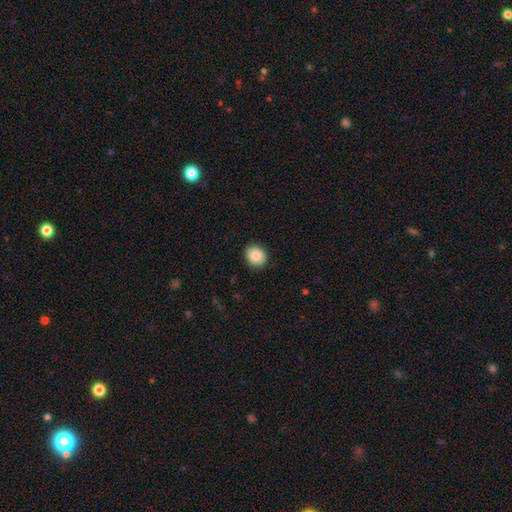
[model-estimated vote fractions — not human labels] A smooth galaxy with no disk features (87%) that is round (66%). Merging: none (90%).